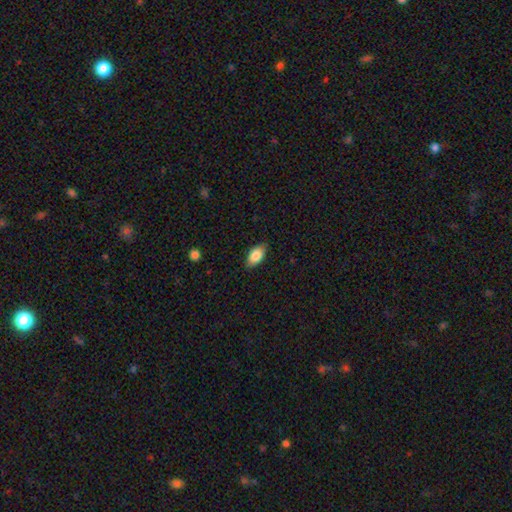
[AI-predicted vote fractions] Smooth or featured: smooth — 83% (featured or disk — 10%)
How rounded: in between — 91% (cigar-shaped — 4%)
Merging: none — 87% (minor disturbance — 10%)